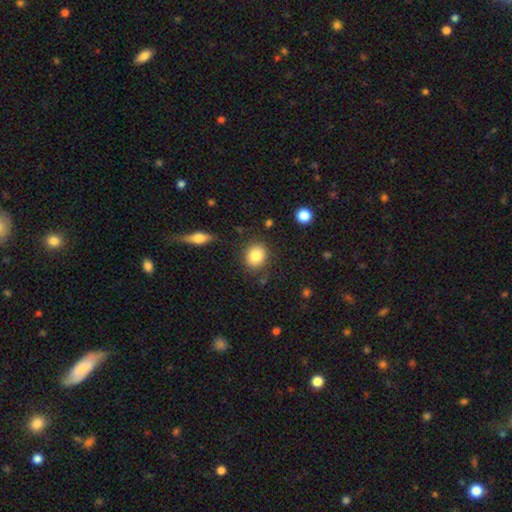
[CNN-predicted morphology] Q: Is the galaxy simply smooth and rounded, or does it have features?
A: smooth — 85%.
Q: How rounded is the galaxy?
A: round — 65%.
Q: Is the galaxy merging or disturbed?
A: none — 84%.